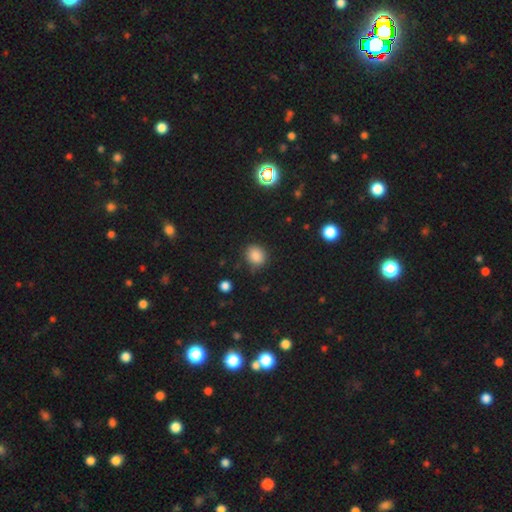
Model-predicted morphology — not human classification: smooth_or_featured: smooth (p=0.85) [alt: star or artifact p=0.11]
how_rounded: round (p=0.71) [alt: in between p=0.28]
merging: none (p=0.80) [alt: minor disturbance p=0.14]